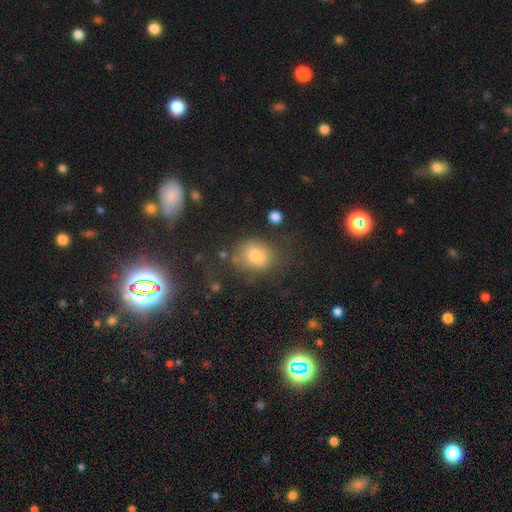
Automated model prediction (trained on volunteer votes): Q: Smooth or featured?
A: smooth (78%); runner-up: star or artifact (13%)
Q: How rounded?
A: in between (52%); runner-up: round (46%)
Q: Merging?
A: none (67%); runner-up: minor disturbance (19%)